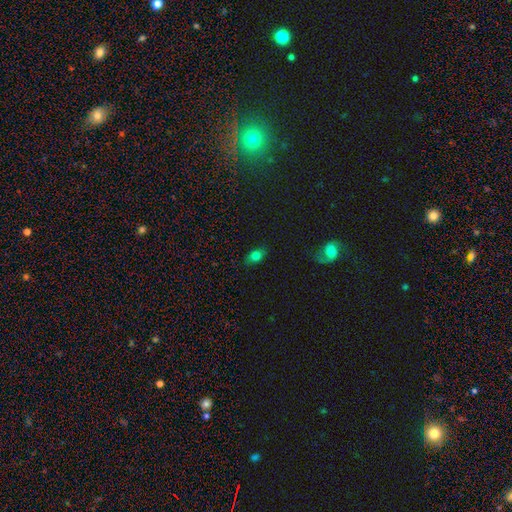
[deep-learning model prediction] smooth_or_featured: smooth (p=0.77) [alt: star or artifact p=0.14]
how_rounded: in between (p=0.79) [alt: round p=0.18]
merging: none (p=0.81) [alt: minor disturbance p=0.14]